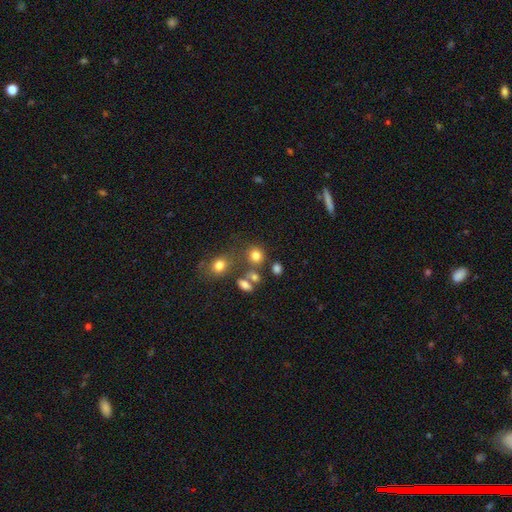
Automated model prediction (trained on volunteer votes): Overall: smooth (77%). How rounded: round (82%). Merging: none (64%).